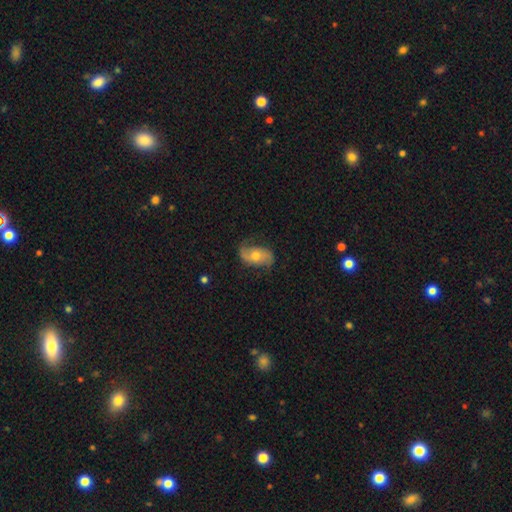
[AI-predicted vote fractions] smooth_or_featured: featured or disk (p=0.67) [alt: smooth p=0.26]
disk_edge_on: no (p=0.94) [alt: yes p=0.06]
bar: no (p=0.66) [alt: weak p=0.26]
has_spiral_arms: yes (p=0.88) [alt: no p=0.12]
spiral_winding: loose (p=0.62) [alt: medium p=0.28]
spiral_arm_count: 2 (p=0.87) [alt: can't tell p=0.05]
bulge_size: moderate (p=0.68) [alt: small p=0.23]
merging: none (p=0.67) [alt: minor disturbance p=0.22]